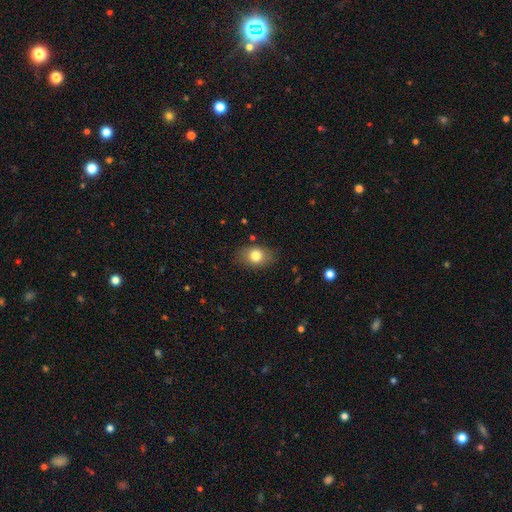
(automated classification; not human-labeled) Smooth or featured? Predicted: smooth (p=0.80). How rounded? Predicted: in between (p=0.72). Merging? Predicted: none (p=0.82).